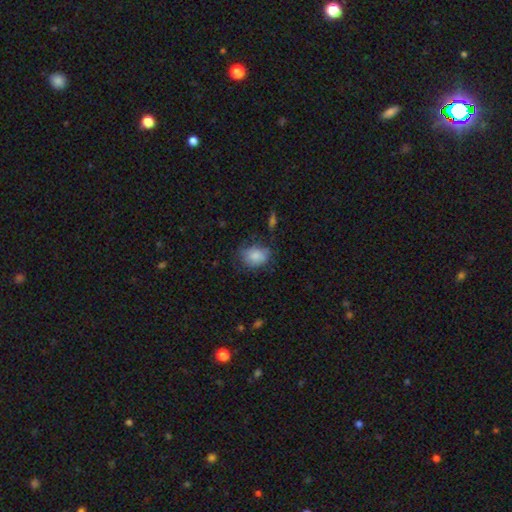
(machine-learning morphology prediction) A smooth galaxy with no disk features (81%) that is in between round and cigar-shaped (56%).

Vote fractions:
- Smooth or featured? smooth: 81% / featured or disk: 11% / star or artifact: 8%
- How rounded? in between: 56% / round: 42% / cigar-shaped: 1%
- Merging? none: 61% / minor disturbance: 26% / major disturbance: 10% / merger: 3%